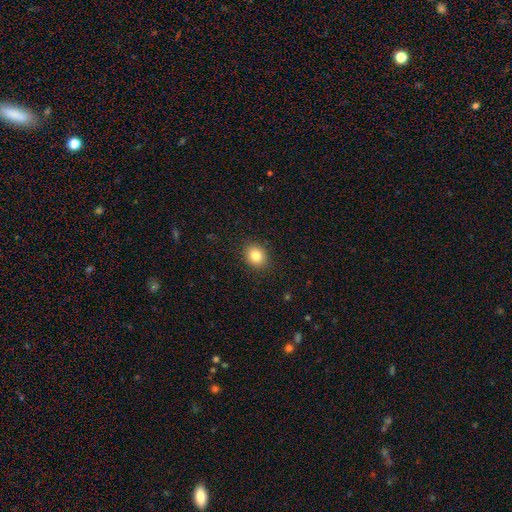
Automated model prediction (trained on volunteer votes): A smooth galaxy with no disk features (83%) that is round (62%). Merging: none (89%).